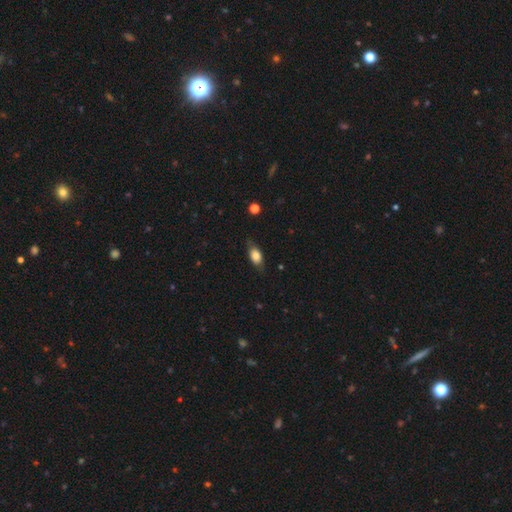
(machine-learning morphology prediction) A smooth galaxy with no disk features (78%) that is in between round and cigar-shaped (85%).

Vote fractions:
- Smooth or featured? smooth: 78% / featured or disk: 14% / star or artifact: 7%
- How rounded? in between: 85% / round: 9% / cigar-shaped: 6%
- Merging? none: 73% / minor disturbance: 21% / major disturbance: 5% / merger: 1%